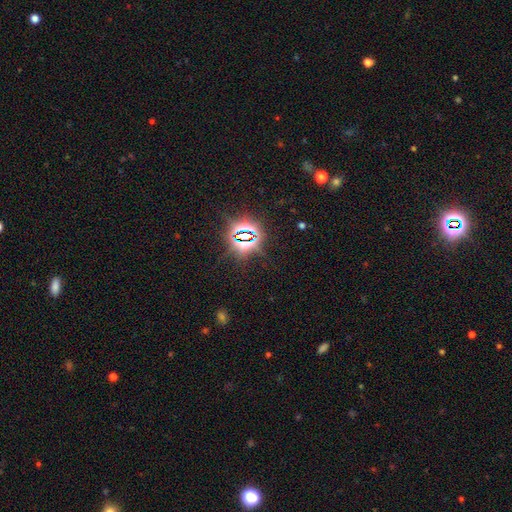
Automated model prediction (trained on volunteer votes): A star or artifact, not a galaxy (81%).